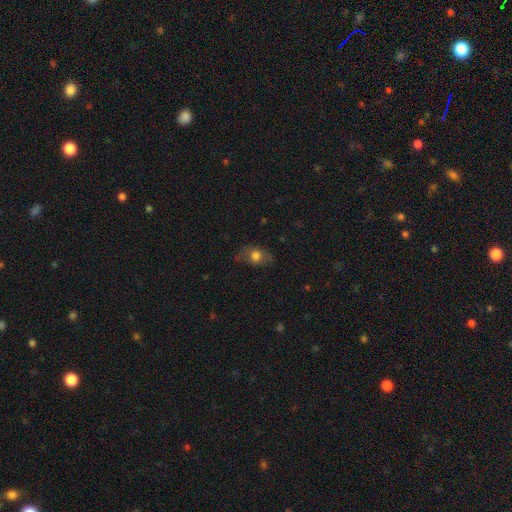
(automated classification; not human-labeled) A smooth galaxy with no disk features (70%) that is in between round and cigar-shaped (64%). Merging: none (68%).